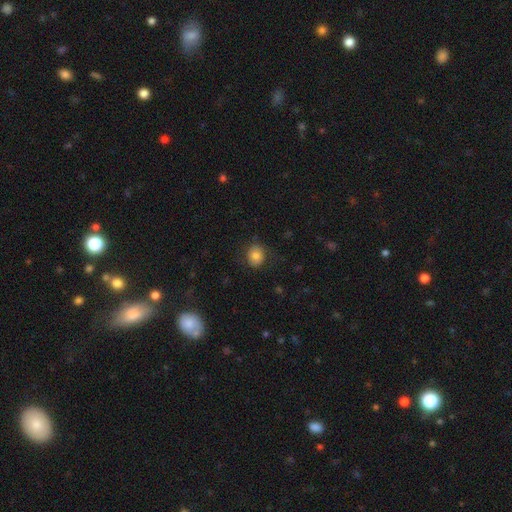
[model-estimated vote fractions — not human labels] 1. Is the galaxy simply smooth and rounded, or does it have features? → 79% smooth, 11% featured or disk, 10% star or artifact.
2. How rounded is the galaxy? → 65% round, 34% in between, 1% cigar-shaped.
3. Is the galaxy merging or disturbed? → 78% none, 15% minor disturbance, 6% major disturbance, 1% merger.